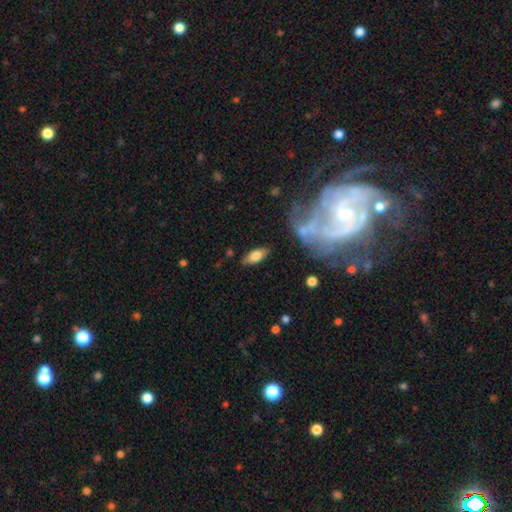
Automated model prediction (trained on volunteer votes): A smooth galaxy with no disk features (74%) that is in between round and cigar-shaped (85%). Merging: none (83%).